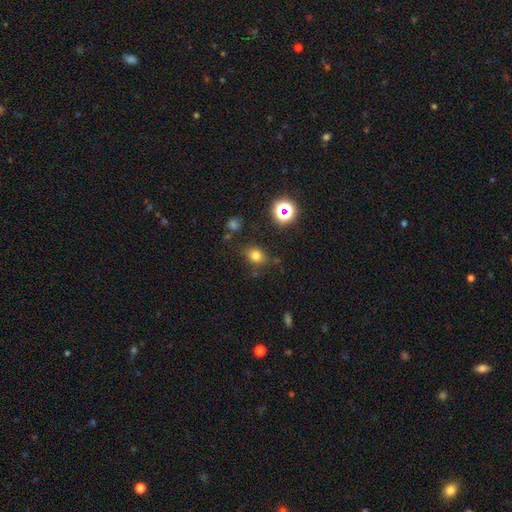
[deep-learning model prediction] This is likely a smooth galaxy (73%). How rounded: possibly round (56%). Merging: likely none (76%).